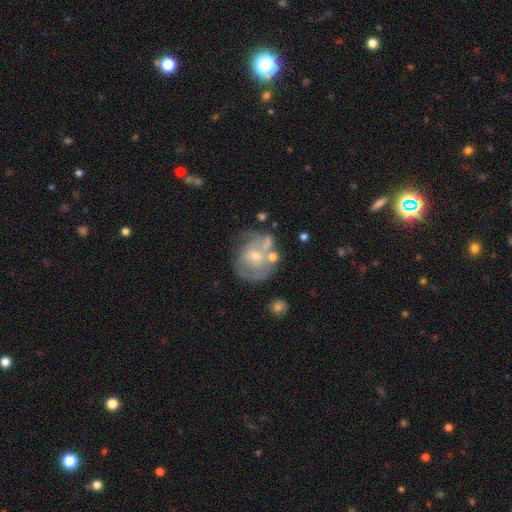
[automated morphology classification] Smooth or featured? featured or disk (73%)
Edge-on disk? no (97%)
Bar? no (72%)
Spiral arms? yes (76%)
Spiral winding? tight (50%)
Spiral arm count? can't tell (38%)
Bulge size? small (64%)
Merging? none (50%)